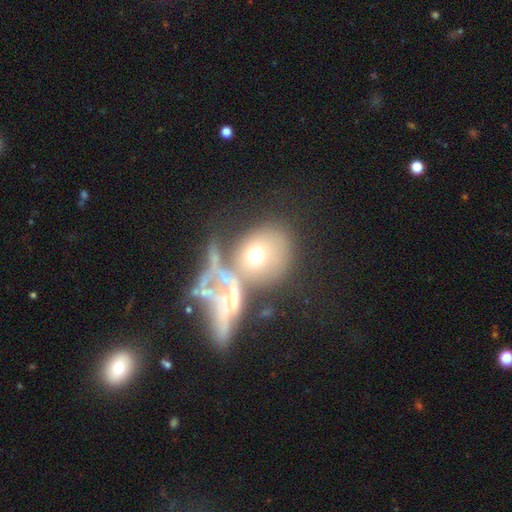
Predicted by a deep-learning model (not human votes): smooth_or_featured: smooth (p=0.54) [alt: featured or disk p=0.31]
how_rounded: round (p=0.65) [alt: in between p=0.33]
merging: merger (p=0.41) [alt: none p=0.26]